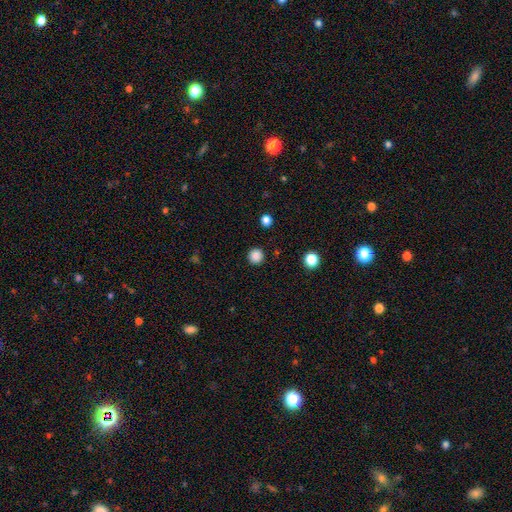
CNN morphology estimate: A smooth galaxy with no disk features (86%) that is round (96%). Merging: none (92%).